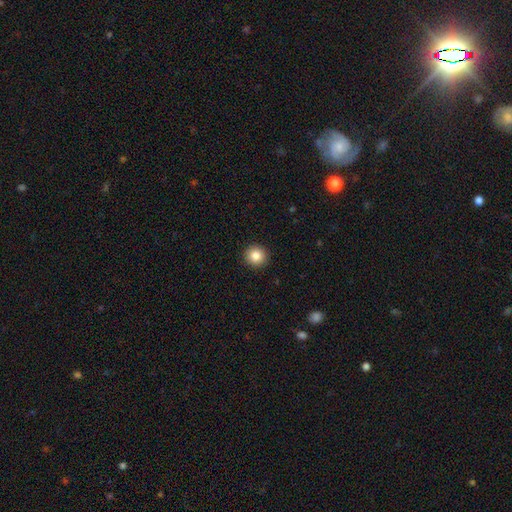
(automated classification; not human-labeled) Smooth or featured: smooth — 84% (star or artifact — 10%)
How rounded: round — 94% (in between — 5%)
Merging: none — 93% (minor disturbance — 5%)